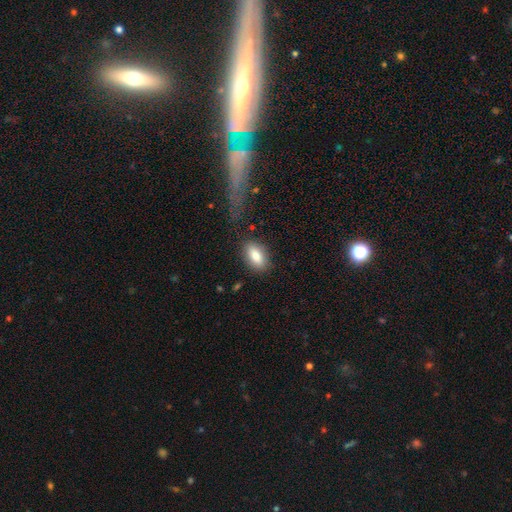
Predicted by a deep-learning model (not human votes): Morphology: type=smooth (84%); roundness=in between (89%); merging=none (81%).